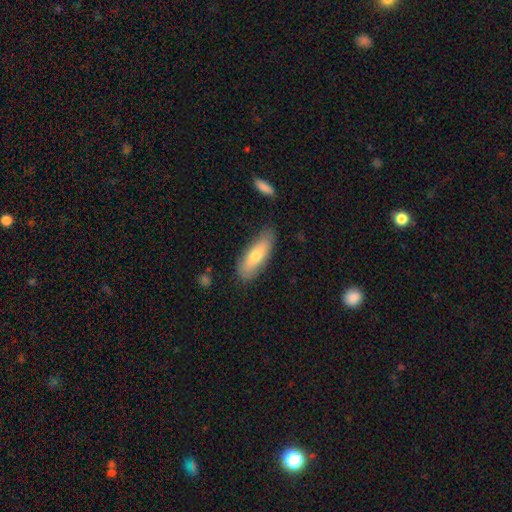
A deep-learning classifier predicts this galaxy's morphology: smooth-or-featured: smooth: 68% | featured or disk: 26% | star or artifact: 6%
  how-rounded: in between: 58% | cigar-shaped: 40% | round: 2%
  merging: none: 80% | minor disturbance: 15% | major disturbance: 3% | merger: 2%